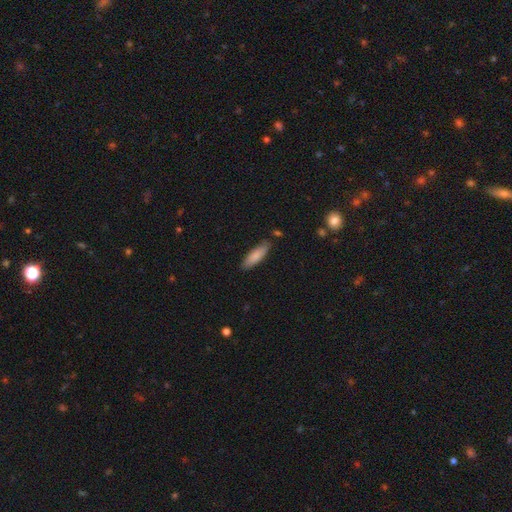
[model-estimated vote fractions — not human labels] This is clearly a smooth galaxy (83%). How rounded: possibly cigar-shaped (58%). Merging: clearly none (83%).